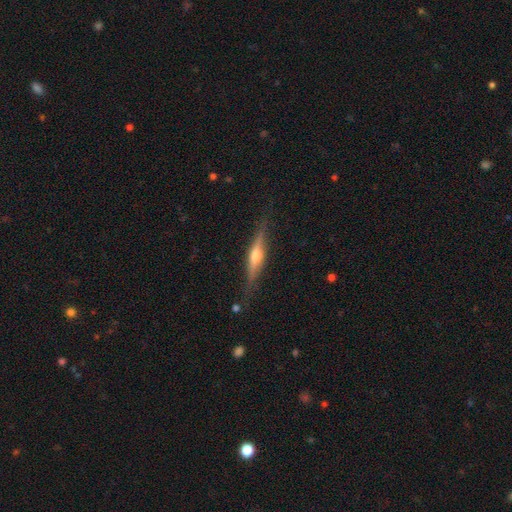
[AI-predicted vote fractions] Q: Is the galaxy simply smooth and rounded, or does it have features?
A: featured or disk — 70%.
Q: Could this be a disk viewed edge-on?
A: yes — 96%.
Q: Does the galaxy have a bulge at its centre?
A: rounded — 89%.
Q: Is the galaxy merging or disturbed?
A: none — 84%.